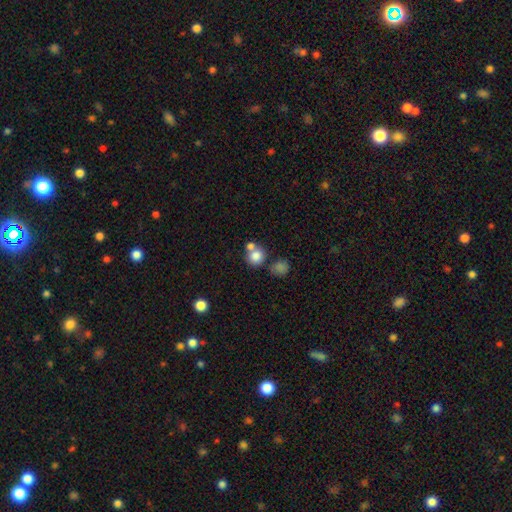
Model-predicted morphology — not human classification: Overall: smooth (79%). How rounded: round (84%). Merging: none (47%; merger 40%).